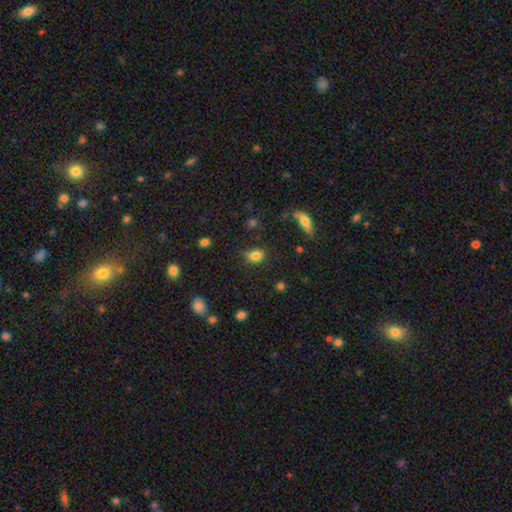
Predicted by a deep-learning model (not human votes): smooth-or-featured: smooth: 81% | star or artifact: 12% | featured or disk: 8%
  how-rounded: in between: 64% | round: 34% | cigar-shaped: 2%
  merging: none: 62% | minor disturbance: 26% | major disturbance: 8% | merger: 3%